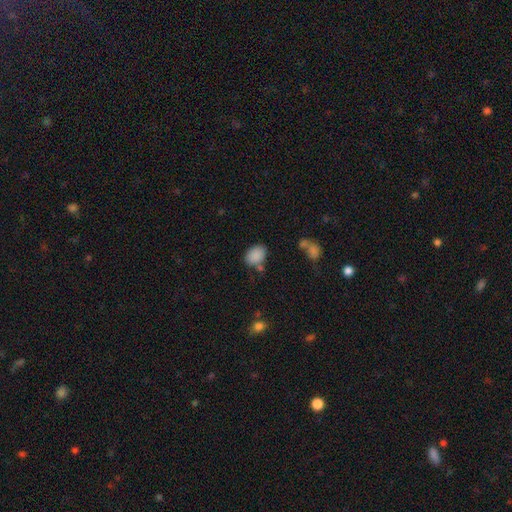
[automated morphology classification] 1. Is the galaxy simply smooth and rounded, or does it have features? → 87% smooth, 9% star or artifact, 4% featured or disk.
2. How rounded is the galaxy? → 74% in between, 25% round, 1% cigar-shaped.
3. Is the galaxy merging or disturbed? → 70% none, 17% minor disturbance, 8% merger, 5% major disturbance.